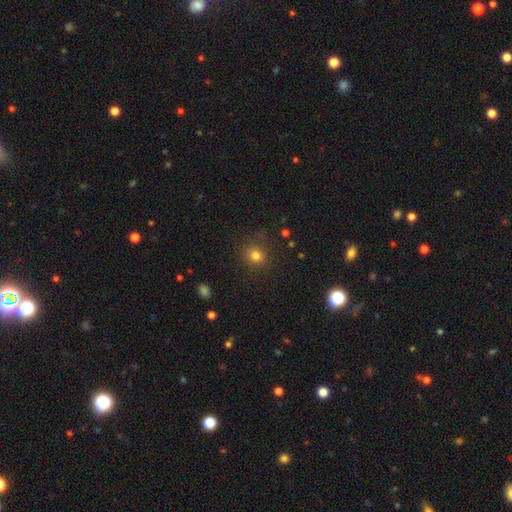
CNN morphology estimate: smooth 80%, star or artifact 14%, featured or disk 6%. Down the decision tree: how rounded — round (84%); merging — none (83%).